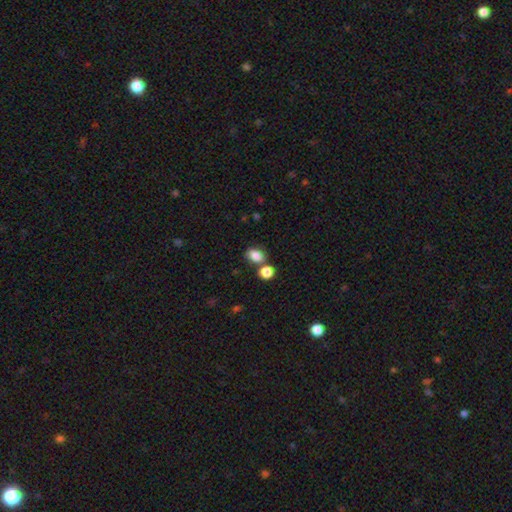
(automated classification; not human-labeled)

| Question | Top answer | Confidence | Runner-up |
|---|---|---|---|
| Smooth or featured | smooth | 84% | star or artifact (10%) |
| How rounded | in between | 70% | round (29%) |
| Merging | none | 59% | merger (26%) |